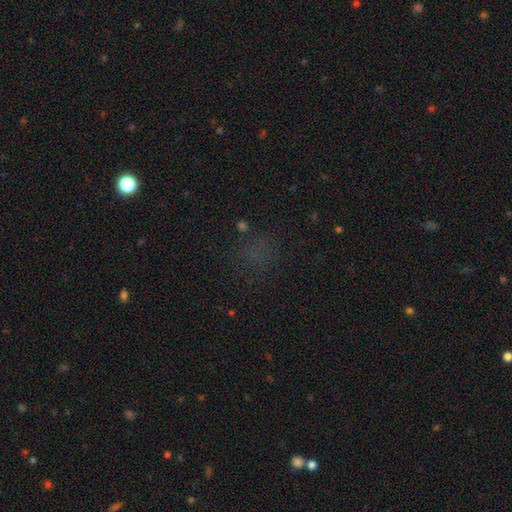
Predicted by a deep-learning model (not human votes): Overall: smooth (44%, tied with star or artifact). Merging: none (75%).